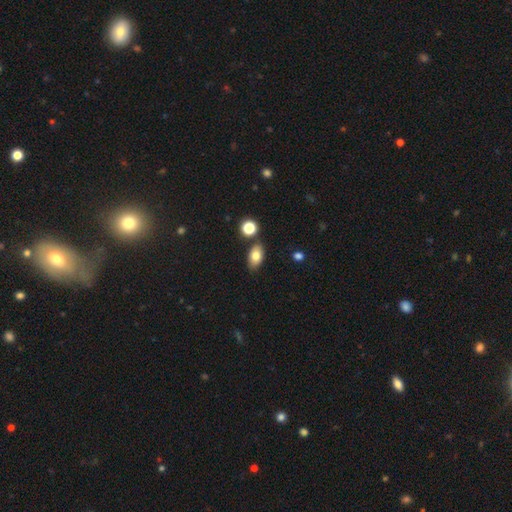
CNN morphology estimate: Smooth or featured? Predicted: smooth (p=0.78). How rounded? Predicted: in between (p=0.88). Merging? Predicted: none (p=0.80).